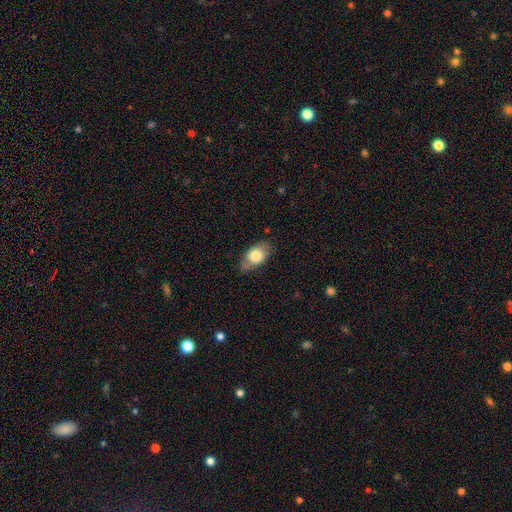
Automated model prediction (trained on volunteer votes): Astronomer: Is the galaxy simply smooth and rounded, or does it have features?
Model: smooth — 76%.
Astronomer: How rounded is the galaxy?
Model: in between — 90%.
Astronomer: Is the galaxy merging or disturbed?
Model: none — 72%.